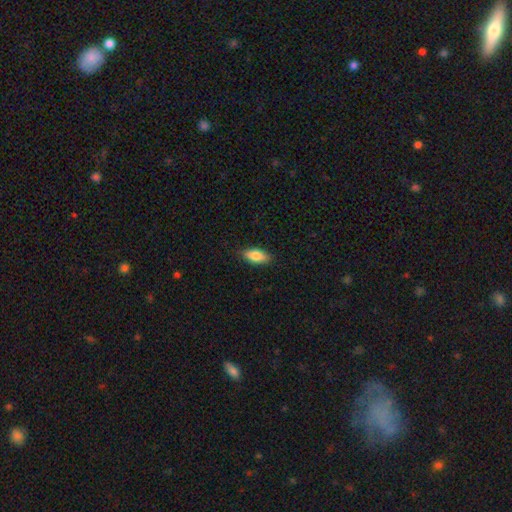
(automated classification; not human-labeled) smooth 82%, featured or disk 11%, star or artifact 7%. Down the decision tree: how rounded — in between (84%); merging — none (86%).